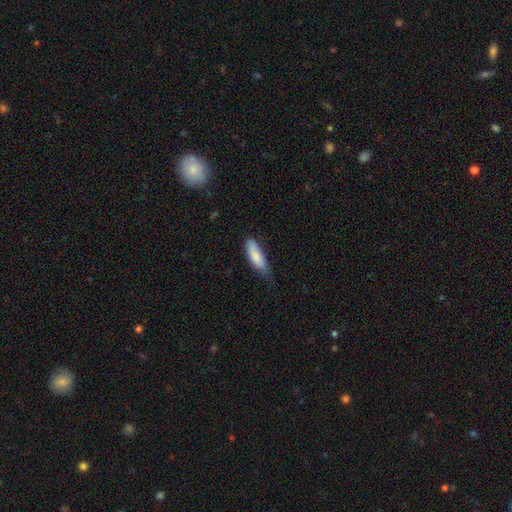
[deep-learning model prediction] smooth_or_featured: smooth (p=0.83) [alt: featured or disk p=0.11]
how_rounded: in between (p=0.53) [alt: cigar-shaped p=0.45]
merging: none (p=0.53) [alt: minor disturbance p=0.39]